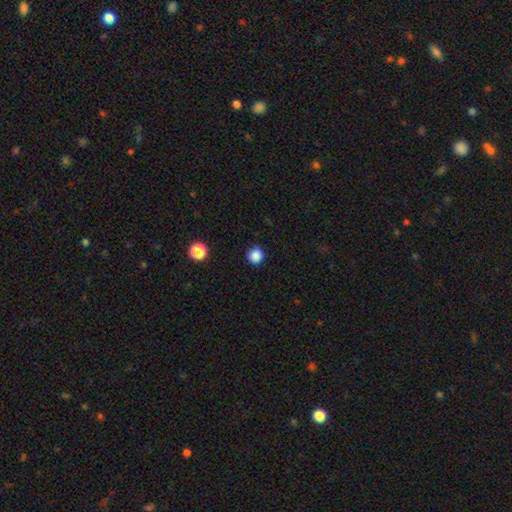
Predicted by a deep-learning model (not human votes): Smooth or featured: smooth — 86% (star or artifact — 11%)
How rounded: round — 92% (in between — 7%)
Merging: none — 90% (minor disturbance — 6%)